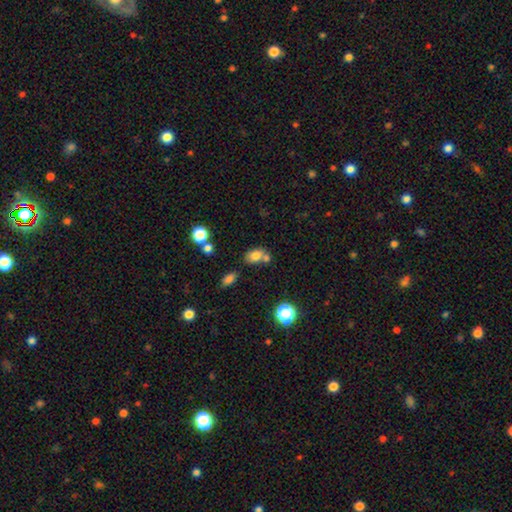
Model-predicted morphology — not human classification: Smooth or featured? smooth (77%)
How rounded? in between (76%)
Merging? none (45%)